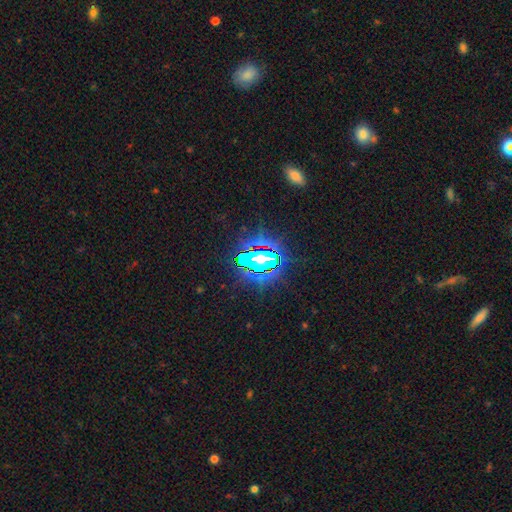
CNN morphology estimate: The model was most divided on "smooth or featured": star or artifact: 80%, smooth: 12%, featured or disk: 8%.